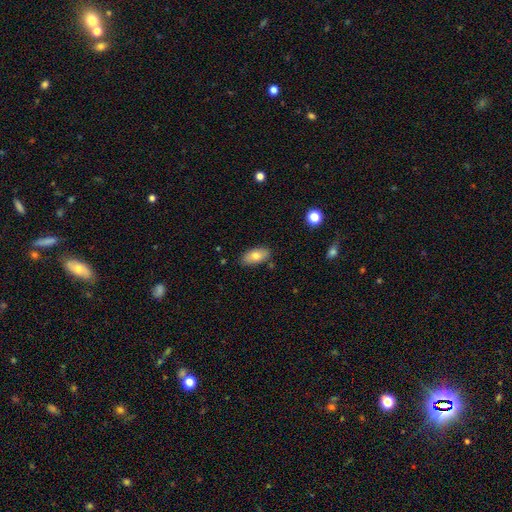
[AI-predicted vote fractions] smooth 76%, featured or disk 17%, star or artifact 7%. Down the decision tree: how rounded — in between (92%); merging — none (84%).